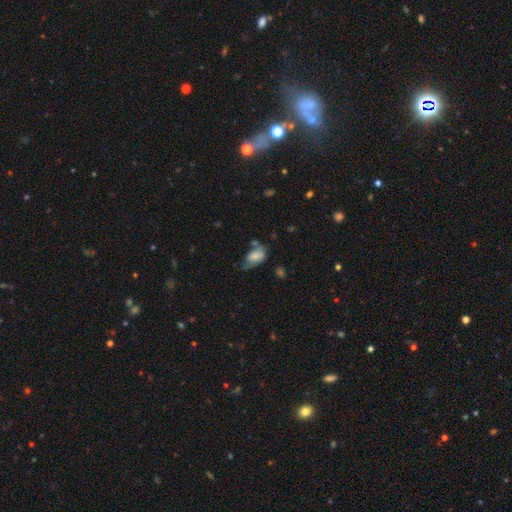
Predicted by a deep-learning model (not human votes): A smooth galaxy with no disk features (73%) that is in between round and cigar-shaped (90%).

Vote fractions:
- Smooth or featured? smooth: 73% / featured or disk: 19% / star or artifact: 8%
- How rounded? in between: 90% / round: 8% / cigar-shaped: 2%
- Merging? minor disturbance: 37% / none: 31% / major disturbance: 20% / merger: 12%